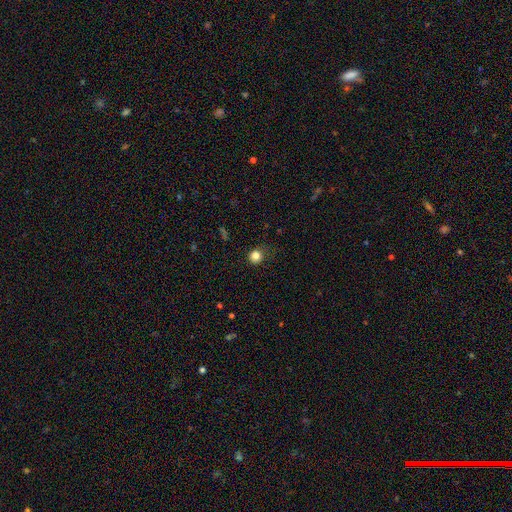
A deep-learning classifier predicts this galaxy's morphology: Q: Smooth or featured?
A: smooth (82%); runner-up: star or artifact (13%)
Q: How rounded?
A: round (88%); runner-up: in between (11%)
Q: Merging?
A: none (76%); runner-up: minor disturbance (17%)